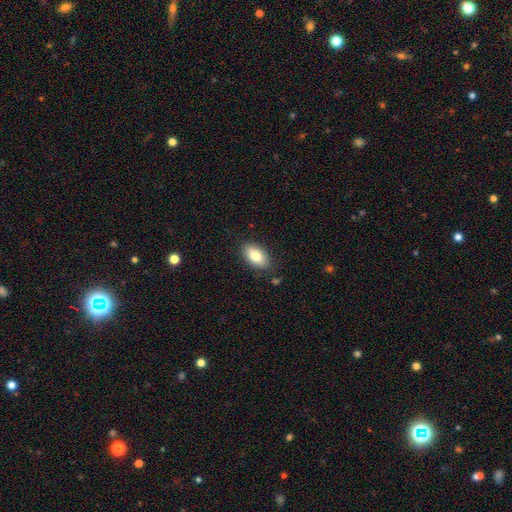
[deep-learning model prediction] Smooth or featured?
  - smooth: 79% *
  - featured or disk: 14%
  - star or artifact: 7%
How rounded?
  - in between: 92% *
  - round: 5%
  - cigar-shaped: 3%
Merging?
  - none: 85% *
  - minor disturbance: 11%
  - major disturbance: 3%
  - merger: 2%